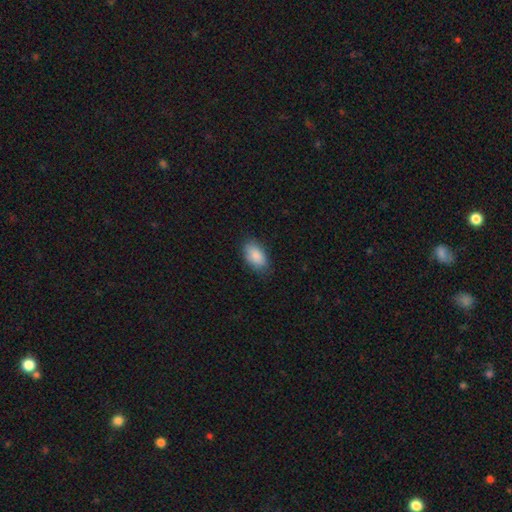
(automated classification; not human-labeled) Overall: smooth (88%). How rounded: in between (93%). Merging: none (80%).